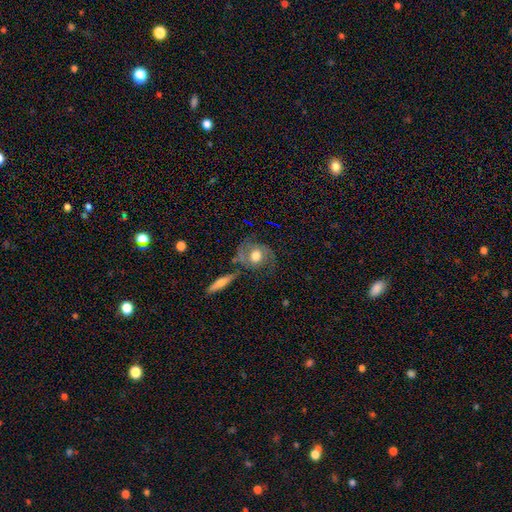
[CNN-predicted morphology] Q: Smooth or featured?
A: featured or disk (71%); runner-up: smooth (22%)
Q: Edge-on disk?
A: no (94%); runner-up: yes (6%)
Q: Bar?
A: no (68%); runner-up: weak (26%)
Q: Spiral arms?
A: yes (89%); runner-up: no (11%)
Q: Spiral winding?
A: medium (51%); runner-up: tight (29%)
Q: Spiral arm count?
A: 2 (87%); runner-up: can't tell (6%)
Q: Bulge size?
A: moderate (55%); runner-up: large (36%)
Q: Merging?
A: none (64%); runner-up: minor disturbance (18%)